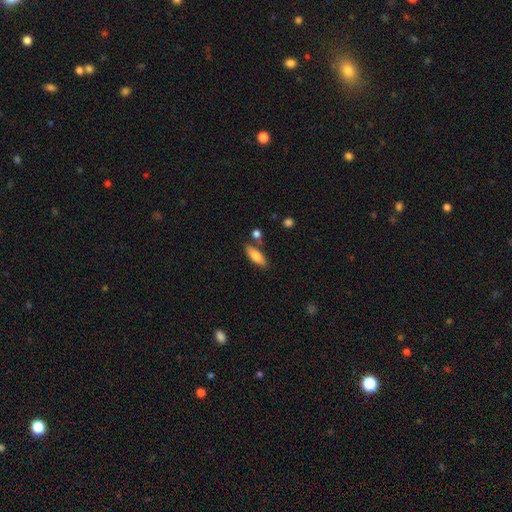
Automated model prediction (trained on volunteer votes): Smooth or featured? Predicted: smooth (p=0.78). How rounded? Predicted: in between (p=0.65). Merging? Predicted: none (p=0.74).